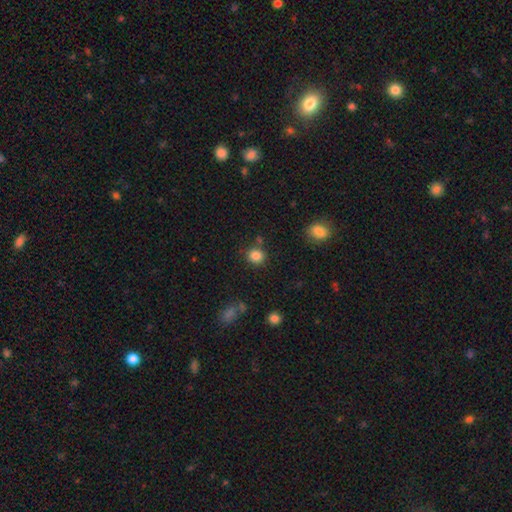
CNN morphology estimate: This is clearly a smooth galaxy (84%). How rounded: clearly round (83%). Merging: clearly none (80%).